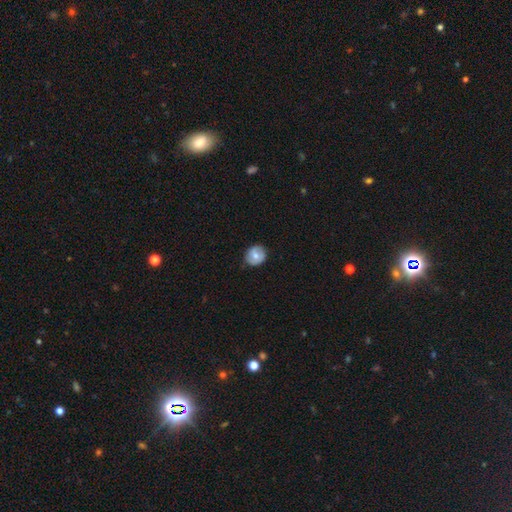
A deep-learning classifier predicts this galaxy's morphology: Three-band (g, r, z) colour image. It shows a smooth galaxy with no disk features (59%) that is round (78%). Merging: none (78%).